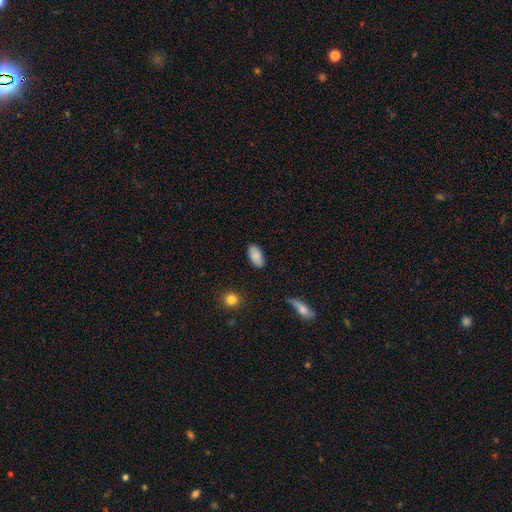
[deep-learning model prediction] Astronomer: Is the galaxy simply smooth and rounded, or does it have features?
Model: smooth — 85%.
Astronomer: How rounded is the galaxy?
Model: in between — 94%.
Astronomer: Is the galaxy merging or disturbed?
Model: none — 86%.